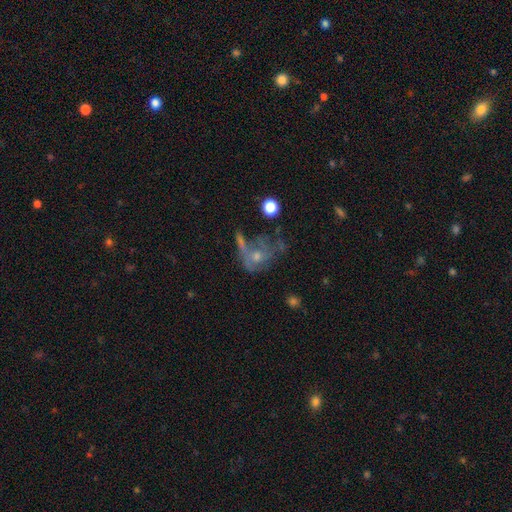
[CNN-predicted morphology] smooth-or-featured: featured or disk: 48% | smooth: 37% | star or artifact: 15%
  merging: major disturbance: 36% | none: 29% | minor disturbance: 19% | merger: 16%